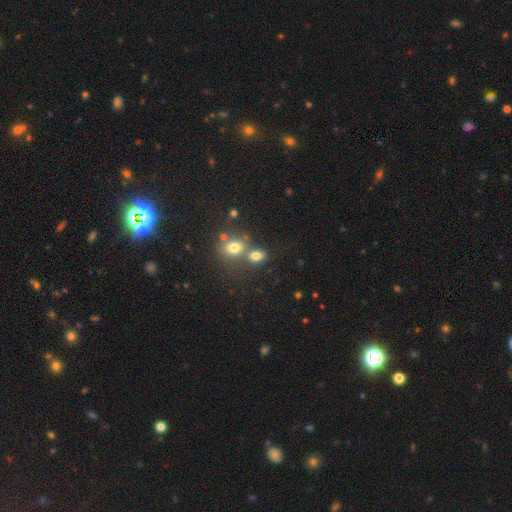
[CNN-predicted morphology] smooth-or-featured: smooth: 75% | star or artifact: 15% | featured or disk: 10%
  how-rounded: in between: 66% | round: 32% | cigar-shaped: 2%
  merging: none: 45% | merger: 40% | minor disturbance: 10% | major disturbance: 4%